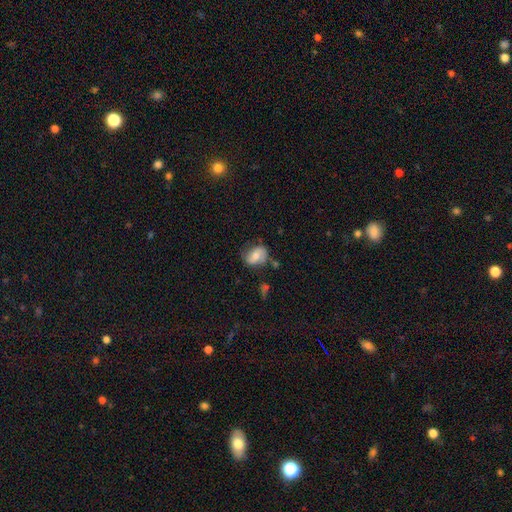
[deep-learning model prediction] Morphology: type=smooth (52%); roundness=in between (65%); merging=none (60%).